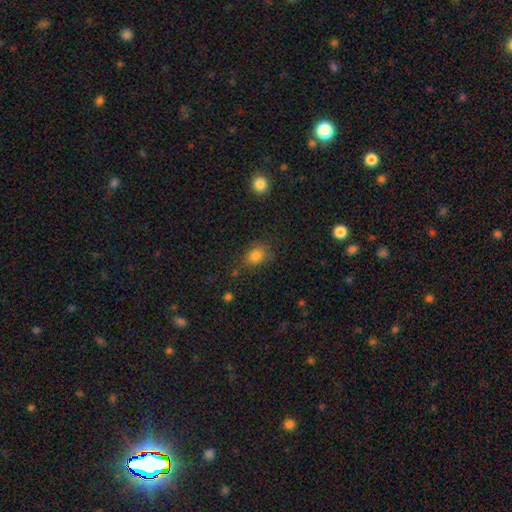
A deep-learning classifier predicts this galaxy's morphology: This is clearly a smooth galaxy (81%). How rounded: likely in between (62%). Merging: likely none (72%).